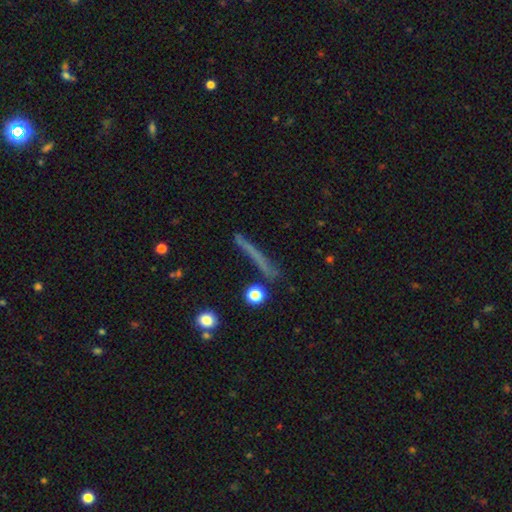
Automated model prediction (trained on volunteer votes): Overall: smooth (50%; featured or disk 36%). Merging: none (77%).